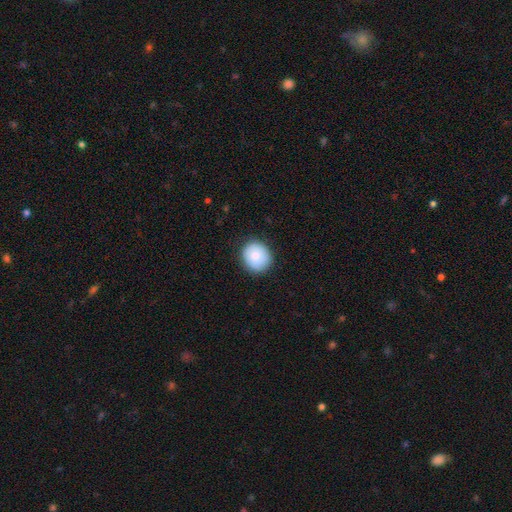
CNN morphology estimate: Overall: smooth (82%). How rounded: round (83%). Merging: none (88%).